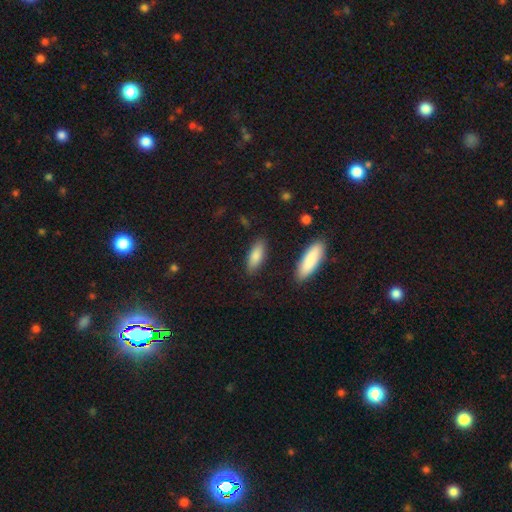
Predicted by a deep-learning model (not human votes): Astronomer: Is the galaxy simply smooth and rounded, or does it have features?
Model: smooth — 83%.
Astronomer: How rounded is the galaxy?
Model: in between — 64%.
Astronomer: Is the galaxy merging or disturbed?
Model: none — 85%.